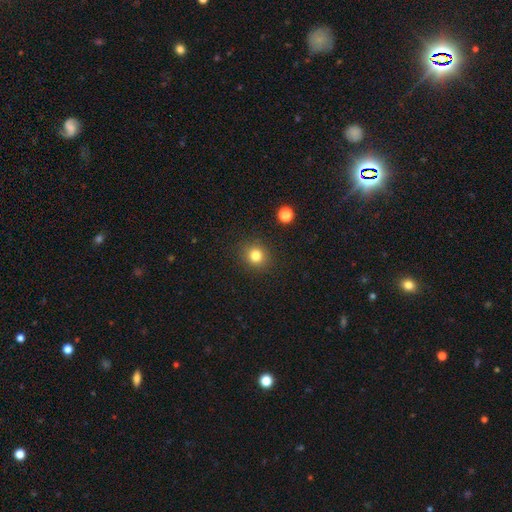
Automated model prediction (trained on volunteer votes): smooth-or-featured: smooth: 81% | star or artifact: 13% | featured or disk: 7%
  how-rounded: round: 81% | in between: 18% | cigar-shaped: 1%
  merging: none: 88% | minor disturbance: 7% | major disturbance: 3% | merger: 2%